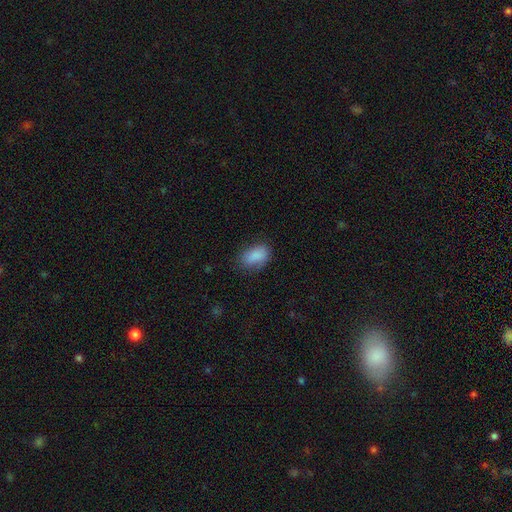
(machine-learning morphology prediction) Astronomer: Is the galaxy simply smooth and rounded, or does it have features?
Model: smooth — 86%.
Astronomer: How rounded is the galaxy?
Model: in between — 89%.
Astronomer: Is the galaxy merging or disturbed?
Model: none — 69%.